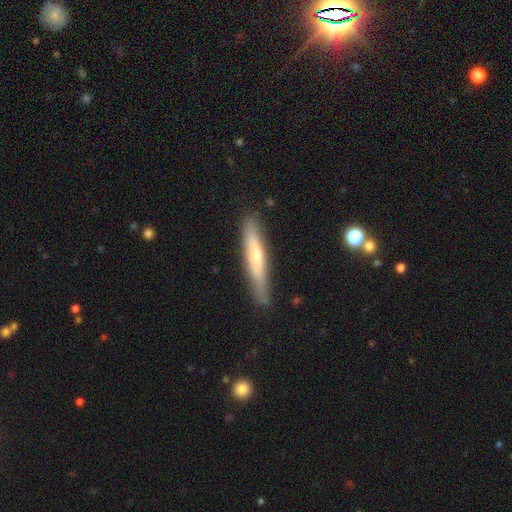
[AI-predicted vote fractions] smooth_or_featured: smooth (p=0.51) [alt: featured or disk p=0.43]
how_rounded: cigar-shaped (p=0.91) [alt: in between p=0.07]
merging: none (p=0.80) [alt: minor disturbance p=0.15]